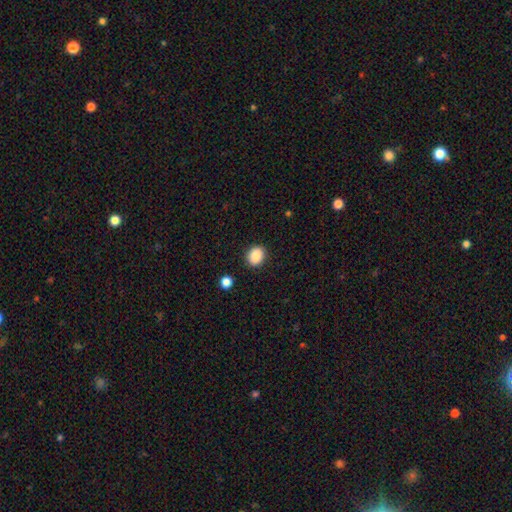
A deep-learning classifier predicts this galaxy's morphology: smooth-or-featured: smooth: 89% | star or artifact: 9% | featured or disk: 3%
  how-rounded: round: 55% | in between: 44% | cigar-shaped: 1%
  merging: none: 88% | minor disturbance: 8% | major disturbance: 2% | merger: 2%